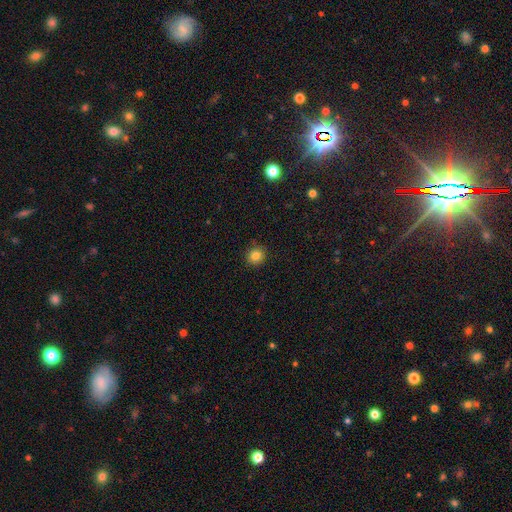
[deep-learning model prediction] smooth-or-featured: smooth: 83% | star or artifact: 12% | featured or disk: 6%
  how-rounded: round: 93% | in between: 7% | cigar-shaped: 1%
  merging: none: 90% | minor disturbance: 7% | major disturbance: 2% | merger: 1%